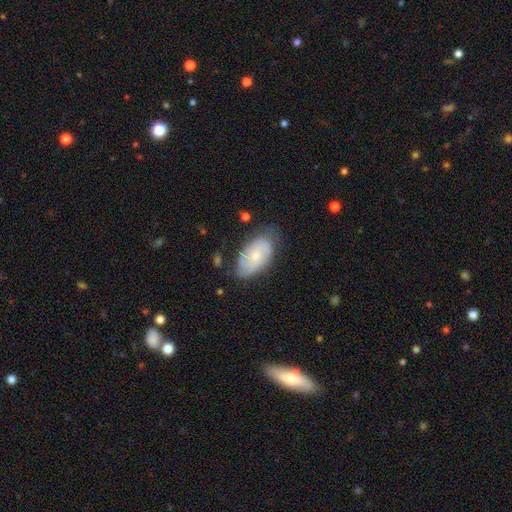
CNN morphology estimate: Smooth or featured? featured or disk (56%)
Edge-on disk? no (95%)
Bar? no (74%)
Spiral arms? yes (84%)
Bulge size? small (60%)
Merging? none (66%)